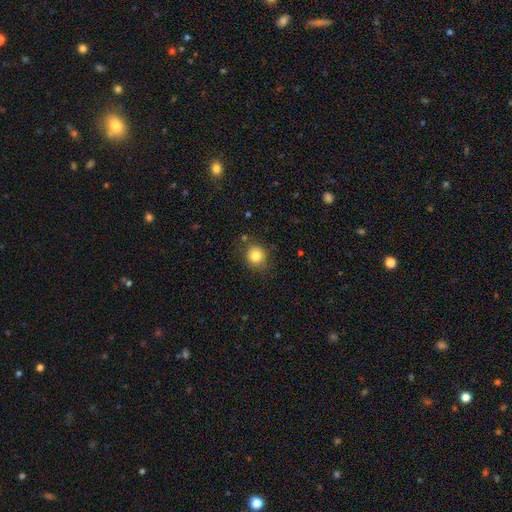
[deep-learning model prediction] Overall: smooth (82%). How rounded: round (83%). Merging: none (81%).